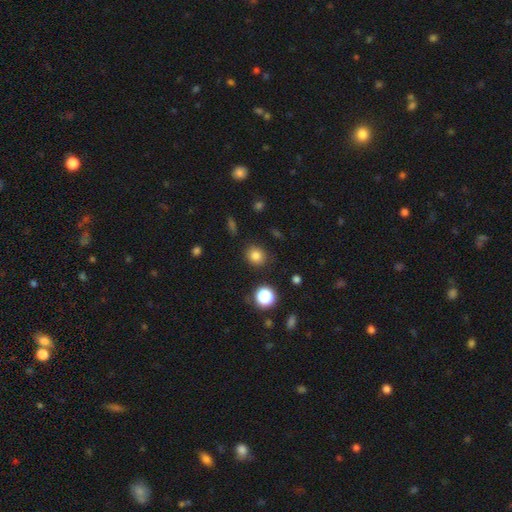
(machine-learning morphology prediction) Smooth or featured? Predicted: smooth (p=0.81). How rounded? Predicted: round (p=0.80). Merging? Predicted: none (p=0.87).